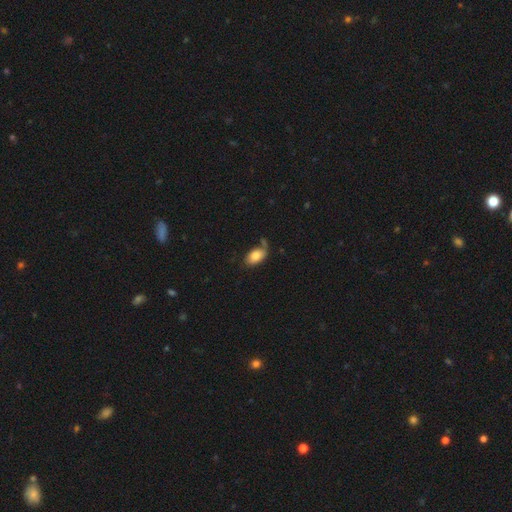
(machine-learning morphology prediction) smooth-or-featured: smooth: 80% | featured or disk: 14% | star or artifact: 7%
  how-rounded: in between: 92% | round: 6% | cigar-shaped: 2%
  merging: none: 53% | minor disturbance: 22% | merger: 13% | major disturbance: 12%